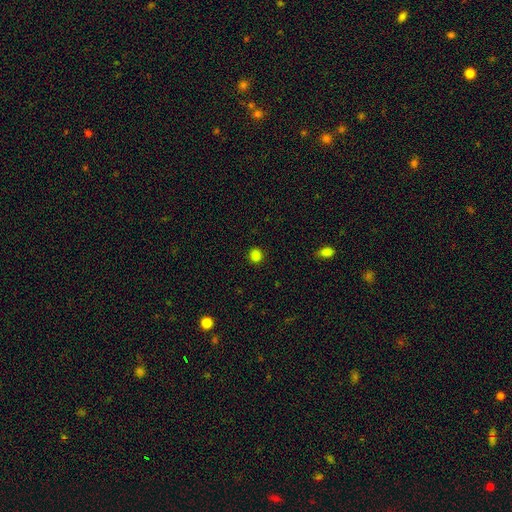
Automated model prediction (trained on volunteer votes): This appears to be a smooth galaxy with no disk features (84%) that is round (82%). Merging: none (91%).